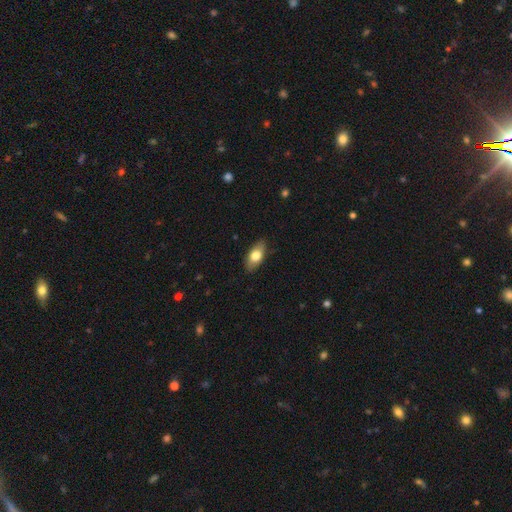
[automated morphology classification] type=smooth (72%); roundness=in between (88%); merging=none (85%).